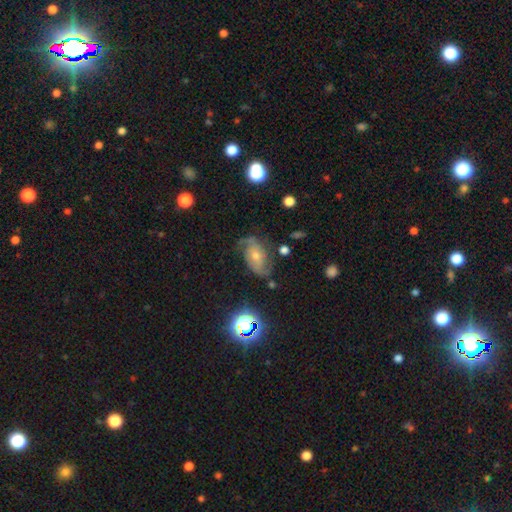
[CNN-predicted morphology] Smooth or featured?
  - featured or disk: 73% *
  - star or artifact: 14%
  - smooth: 14%
Edge-on disk?
  - no: 96% *
  - yes: 4%
Bar?
  - no: 67% *
  - weak: 26%
  - strong: 7%
Spiral arms?
  - yes: 93% *
  - no: 7%
Spiral winding?
  - medium: 45% *
  - tight: 30%
  - loose: 25%
Spiral arm count?
  - 2: 66% *
  - can't tell: 15%
  - 3: 8%
  - 1: 6%
  - 4: 2%
  - more than 4: 2%
Bulge size?
  - small: 50% *
  - moderate: 45%
  - large: 3%
  - none: 2%
  - dominant: 1%
Merging?
  - none: 65% *
  - minor disturbance: 22%
  - major disturbance: 11%
  - merger: 2%